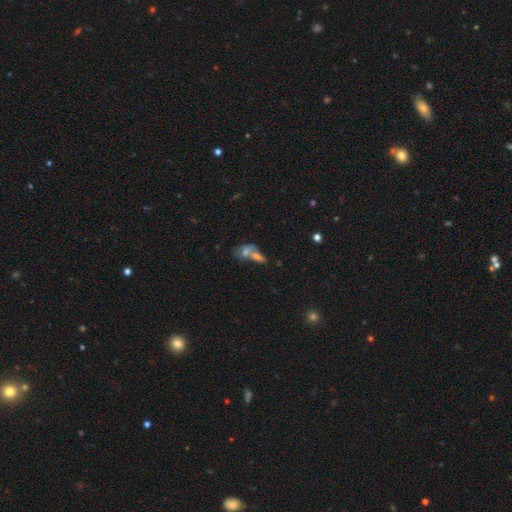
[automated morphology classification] Smooth or featured: smooth — 49% (featured or disk — 33%)
Merging: merger — 60% (none — 25%)